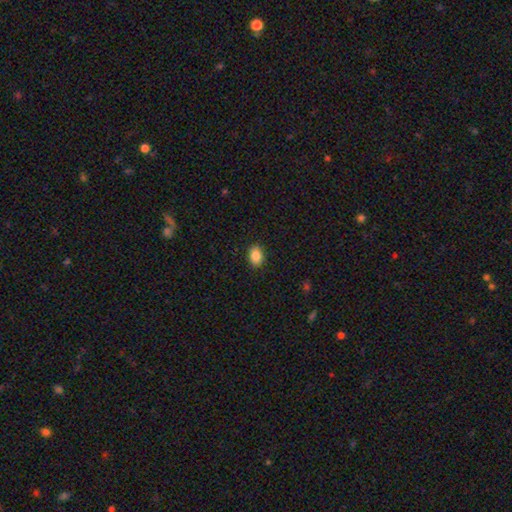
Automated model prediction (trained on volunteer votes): smooth_or_featured: smooth (p=0.88) [alt: star or artifact p=0.08]
how_rounded: in between (p=0.75) [alt: round p=0.23]
merging: none (p=0.89) [alt: minor disturbance p=0.08]